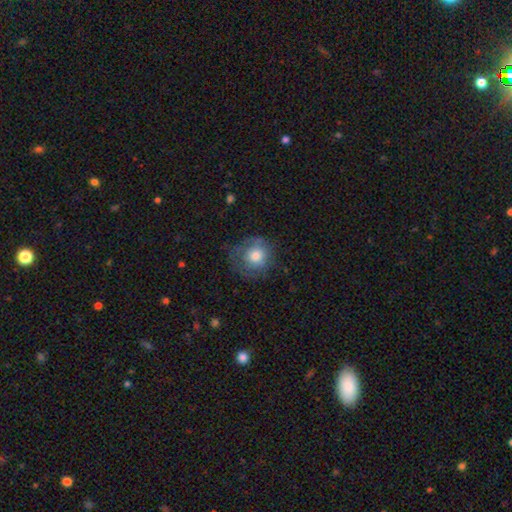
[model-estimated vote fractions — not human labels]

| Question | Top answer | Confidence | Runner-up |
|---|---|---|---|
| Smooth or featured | smooth | 66% | featured or disk (25%) |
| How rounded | round | 86% | in between (13%) |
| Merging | none | 59% | minor disturbance (24%) |